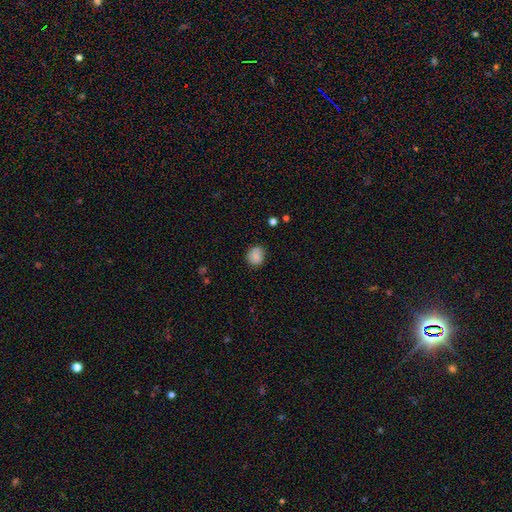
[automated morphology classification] The model was most divided on "how rounded": round: 79%, in between: 20%, cigar-shaped: 1%. More confident: smooth or featured — smooth (85%); merging — none (80%).